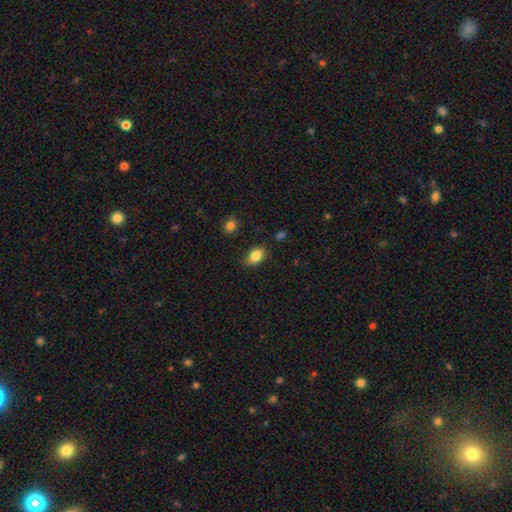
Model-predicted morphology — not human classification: smooth-or-featured: smooth: 84% | star or artifact: 8% | featured or disk: 7%
  how-rounded: in between: 88% | round: 9% | cigar-shaped: 3%
  merging: none: 83% | minor disturbance: 13% | major disturbance: 3% | merger: 2%